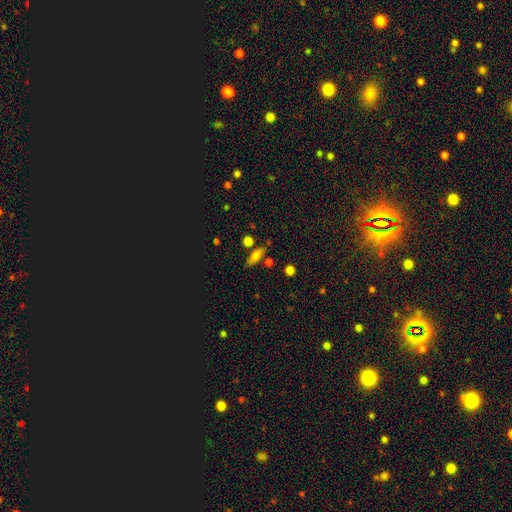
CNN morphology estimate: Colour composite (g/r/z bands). It shows a smooth galaxy with no disk features (70%) that is in between round and cigar-shaped (56%). Merging: none (75%).